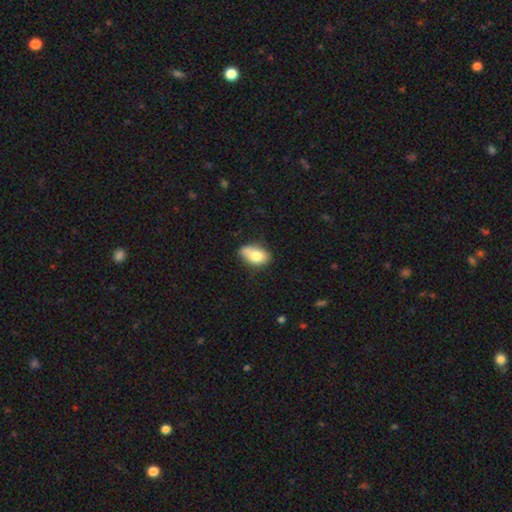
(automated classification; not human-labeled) smooth_or_featured: smooth (p=0.76) [alt: featured or disk p=0.16]
how_rounded: in between (p=0.88) [alt: round p=0.10]
merging: none (p=0.51) [alt: minor disturbance p=0.30]